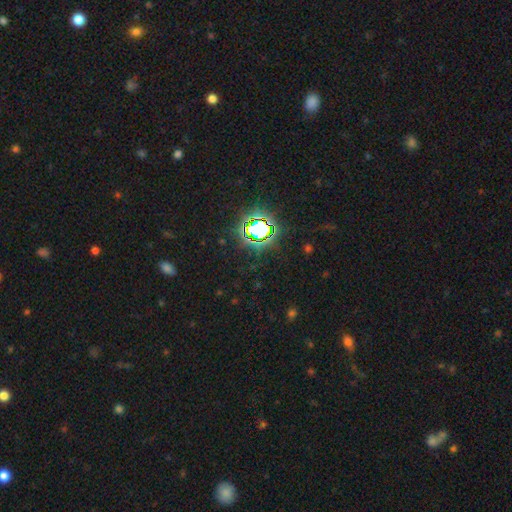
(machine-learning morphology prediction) Smooth or featured? Predicted: star or artifact (p=0.78).